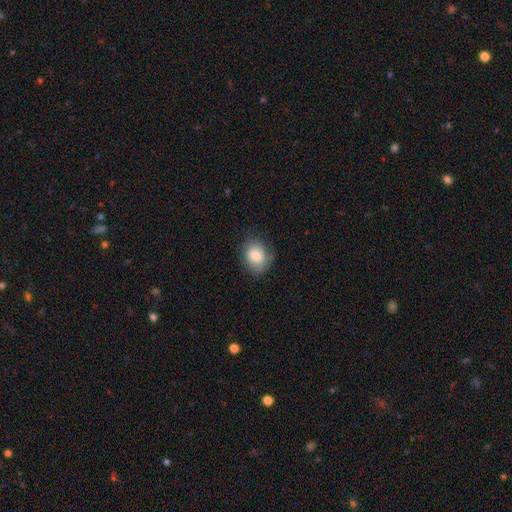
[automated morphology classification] Smooth or featured? smooth (82%)
How rounded? in between (55%)
Merging? none (70%)